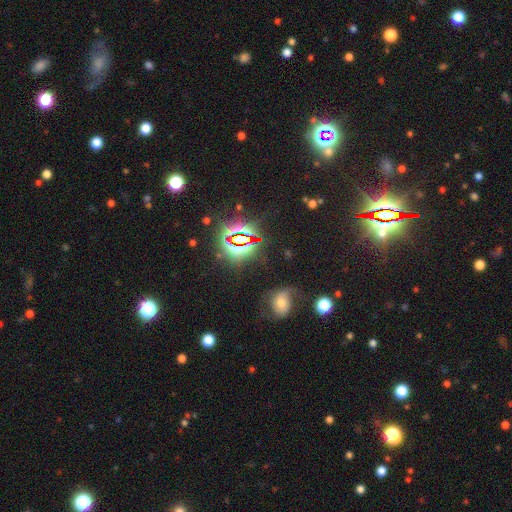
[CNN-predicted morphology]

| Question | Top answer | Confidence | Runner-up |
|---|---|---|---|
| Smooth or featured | star or artifact | 75% | smooth (14%) |